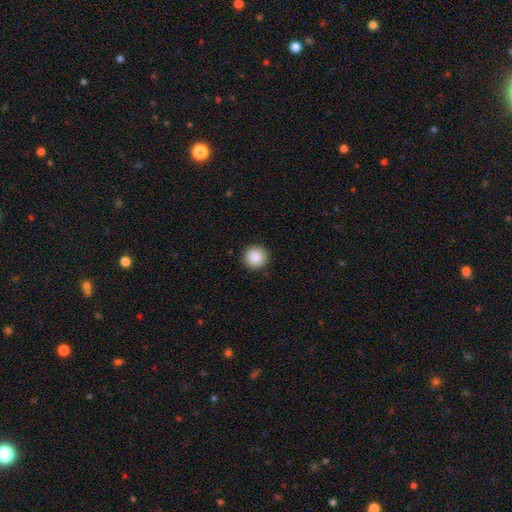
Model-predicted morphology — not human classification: The model was most divided on "smooth or featured": smooth: 89%, star or artifact: 8%, featured or disk: 3%. More confident: how rounded — round (95%); merging — none (92%).